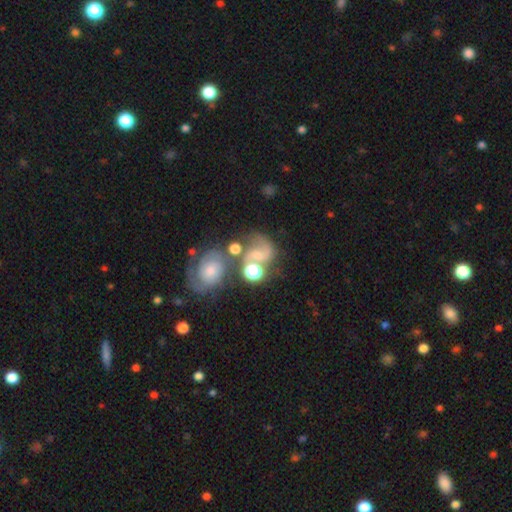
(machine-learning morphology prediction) Smooth or featured: featured or disk — 55% (smooth — 28%)
Edge-on disk: no — 97% (yes — 3%)
Bar: no — 61% (weak — 30%)
Spiral arms: yes — 84% (no — 16%)
Bulge size: small — 43% (moderate — 37%)
Merging: none — 36% (merger — 34%)